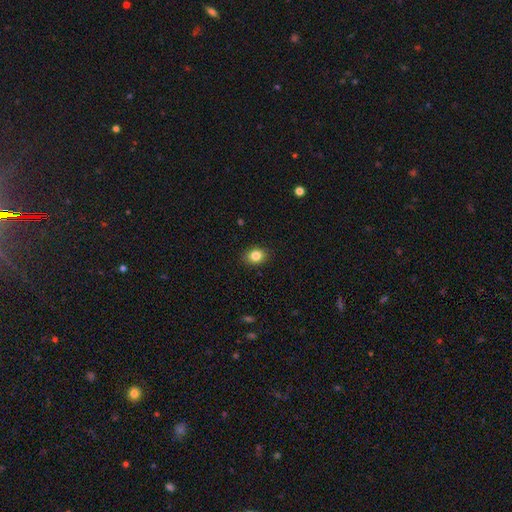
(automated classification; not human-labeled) This is clearly a smooth galaxy (84%). How rounded: possibly in between (55%). Merging: clearly none (88%).